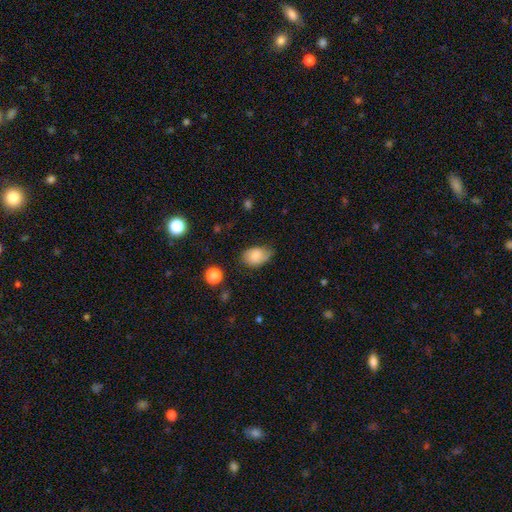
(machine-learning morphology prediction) Smooth or featured: smooth — 81% (featured or disk — 11%)
How rounded: in between — 84% (round — 15%)
Merging: none — 58% (minor disturbance — 33%)